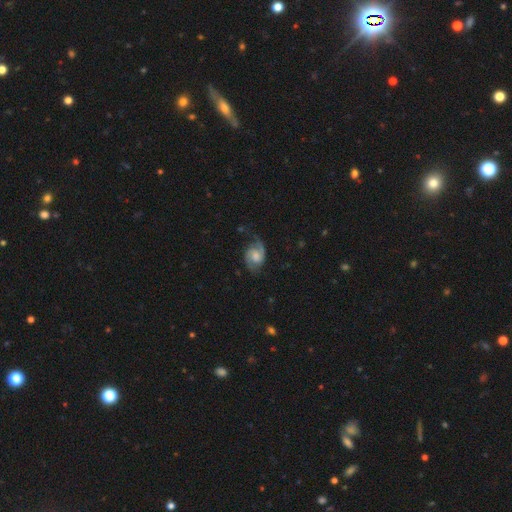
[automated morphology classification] Overall: featured or disk (80%). Edge-on disk: no (98%). Bar: no (56%; weak 37%). Spiral arms: yes (96%). Spiral arm count: 2 (89%). Spiral winding: medium (49%; loose 27%). Bulge size: moderate (36%; small 21%). Merging: none (68%).